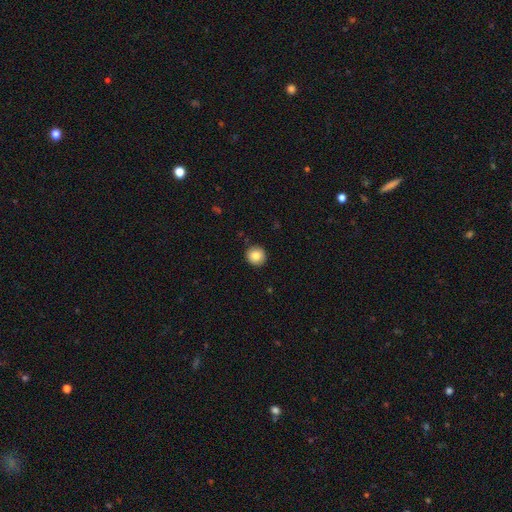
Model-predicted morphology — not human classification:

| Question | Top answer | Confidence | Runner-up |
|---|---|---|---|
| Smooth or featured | smooth | 85% | star or artifact (8%) |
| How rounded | round | 93% | in between (6%) |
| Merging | none | 91% | minor disturbance (7%) |